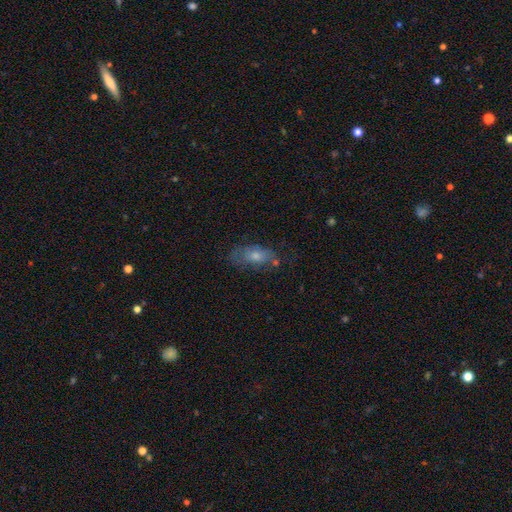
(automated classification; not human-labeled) A smooth galaxy with no disk features (48%).

Vote fractions:
- Smooth or featured? smooth: 48% / featured or disk: 39% / star or artifact: 13%
- Merging? none: 62% / minor disturbance: 23% / major disturbance: 10% / merger: 5%